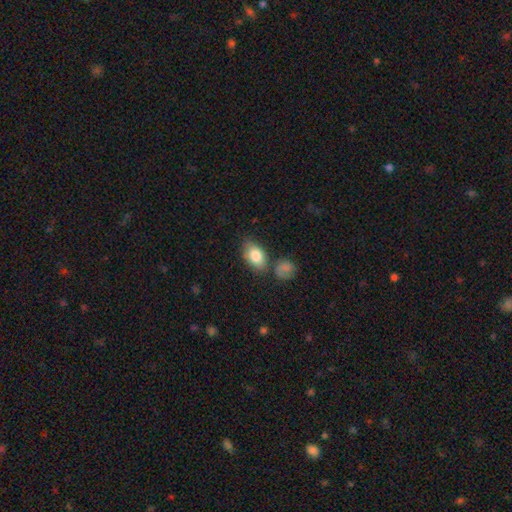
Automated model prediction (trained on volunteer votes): Overall: smooth (82%). How rounded: in between (88%). Merging: none (69%).